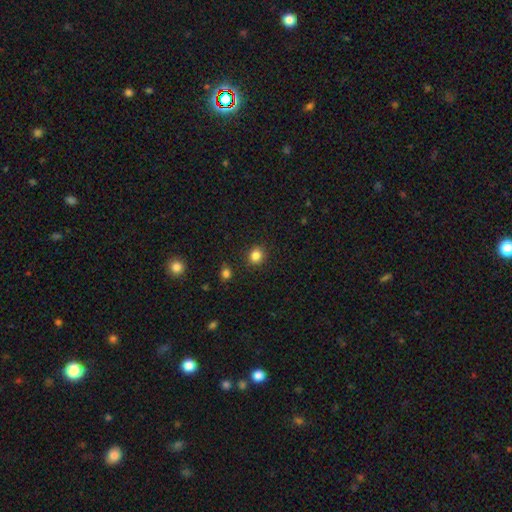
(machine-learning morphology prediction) The model was most divided on "how rounded": round: 81%, in between: 18%, cigar-shaped: 1%. More confident: merging — none (88%); smooth or featured — smooth (84%).